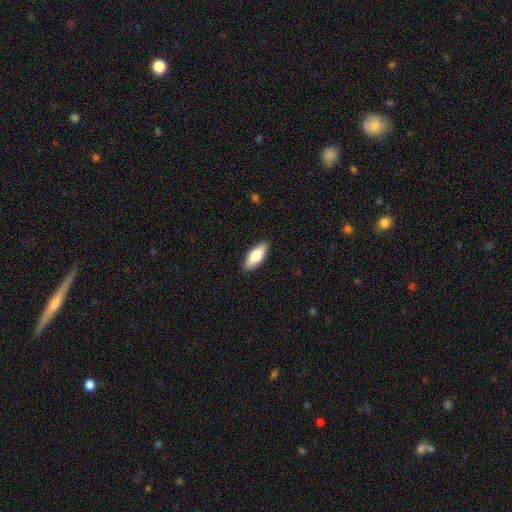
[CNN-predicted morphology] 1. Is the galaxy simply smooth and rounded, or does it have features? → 79% smooth, 15% featured or disk, 6% star or artifact.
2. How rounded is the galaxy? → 75% in between, 23% cigar-shaped, 2% round.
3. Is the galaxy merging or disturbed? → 88% none, 9% minor disturbance, 2% major disturbance, 1% merger.